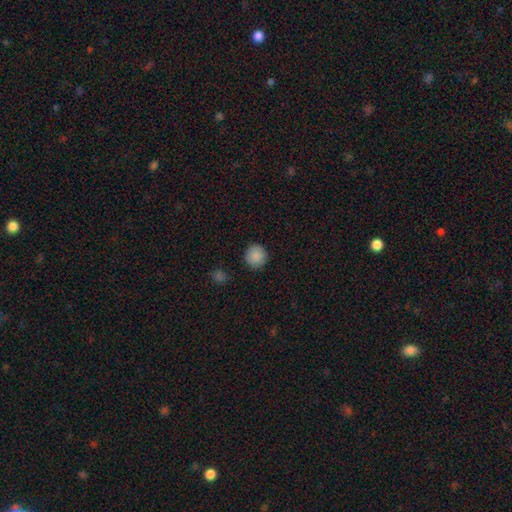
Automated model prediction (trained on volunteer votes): Q: Smooth or featured?
A: smooth (88%); runner-up: star or artifact (8%)
Q: How rounded?
A: round (93%); runner-up: in between (6%)
Q: Merging?
A: none (90%); runner-up: minor disturbance (7%)